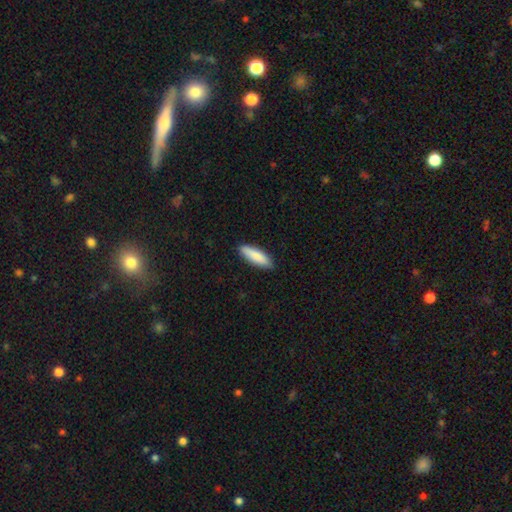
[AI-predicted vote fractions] smooth_or_featured: smooth (p=0.87) [alt: featured or disk p=0.08]
how_rounded: cigar-shaped (p=0.54) [alt: in between p=0.45]
merging: none (p=0.88) [alt: minor disturbance p=0.09]